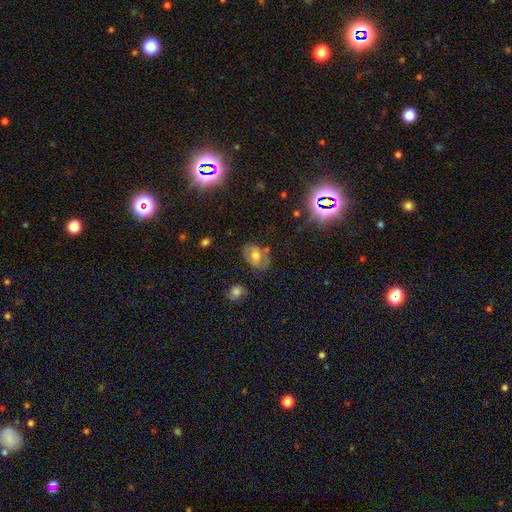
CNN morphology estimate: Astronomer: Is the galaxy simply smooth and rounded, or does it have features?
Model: smooth — 55% (runner-up: featured or disk, 34%).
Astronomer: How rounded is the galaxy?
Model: in between — 79%.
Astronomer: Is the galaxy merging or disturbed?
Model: none — 71%.